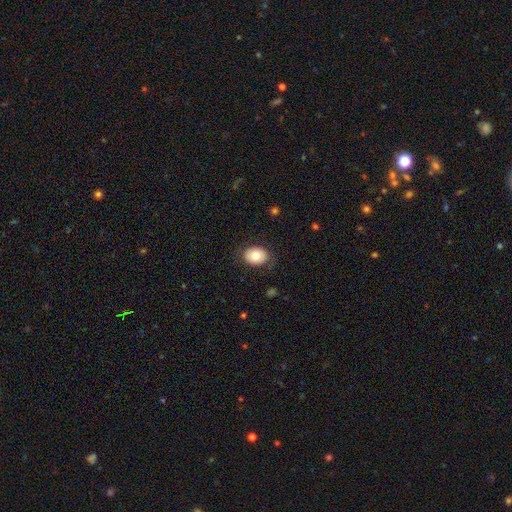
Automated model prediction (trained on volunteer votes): The model was most divided on "how rounded": in between: 65%, round: 34%, cigar-shaped: 1%. More confident: merging — none (84%); smooth or featured — smooth (77%).